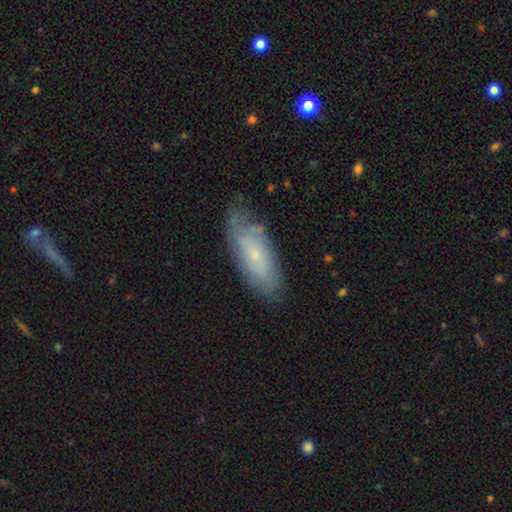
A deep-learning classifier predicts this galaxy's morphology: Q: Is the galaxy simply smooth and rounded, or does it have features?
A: smooth — 54%.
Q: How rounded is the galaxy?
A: in between — 75%.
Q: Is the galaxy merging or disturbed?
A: none — 64%.